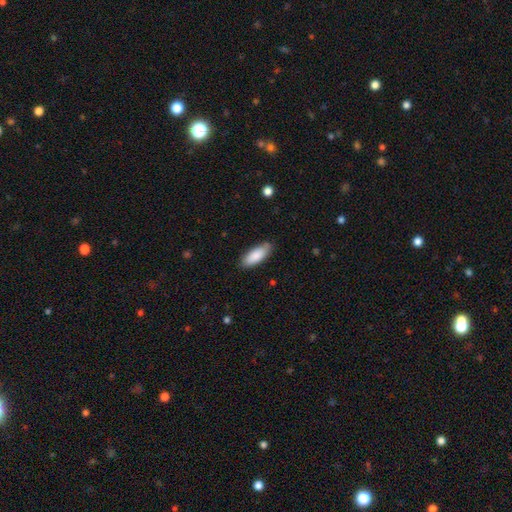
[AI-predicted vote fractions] Smooth or featured? smooth (86%)
How rounded? in between (74%)
Merging? none (82%)